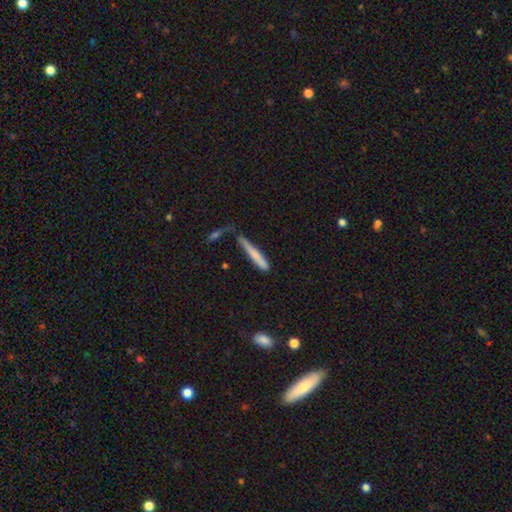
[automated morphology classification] A smooth galaxy with no disk features (72%) that is cigar-shaped (94%). Merging: none (55%).